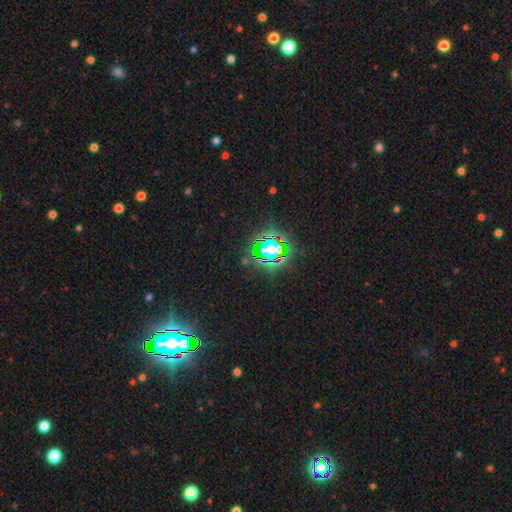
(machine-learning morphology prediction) Overall: star or artifact (85%).